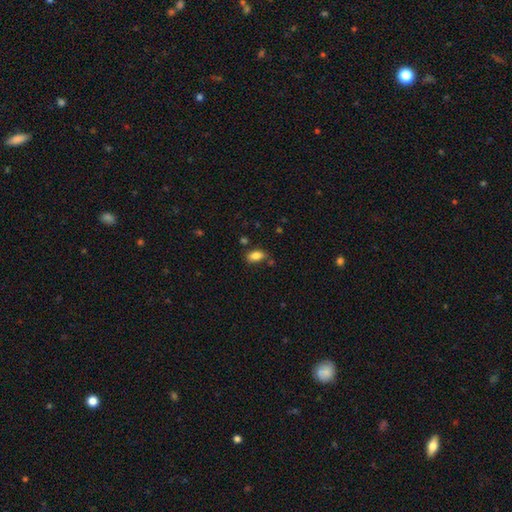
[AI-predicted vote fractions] A smooth galaxy with no disk features (85%) that is in between round and cigar-shaped (90%). Merging: none (74%).